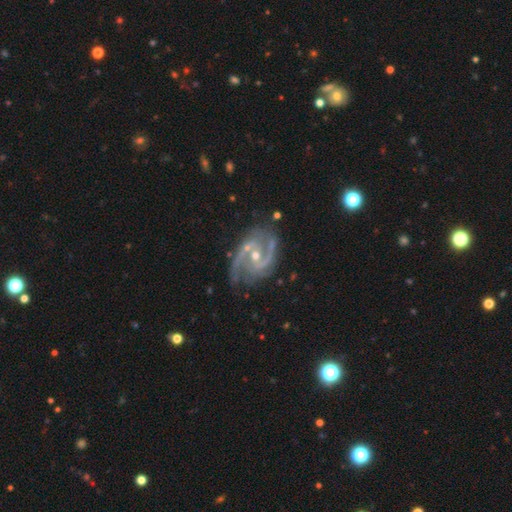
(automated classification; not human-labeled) smooth-or-featured: featured or disk: 92% | star or artifact: 5% | smooth: 3%
  disk-edge-on: no: 98% | yes: 2%
    bar: weak: 41% | no: 40% | strong: 19%
    has-spiral-arms: yes: 98% | no: 2%
      spiral-winding: medium: 59% | tight: 23% | loose: 18%
      spiral-arm-count: 2: 83% | 3: 8% | can't tell: 4% | 1: 2% | 4: 2% | more than 4: 2%
    bulge-size: small: 54% | moderate: 43% | none: 1% | large: 1% | dominant: 1%
  merging: none: 68% | minor disturbance: 20% | major disturbance: 8% | merger: 4%